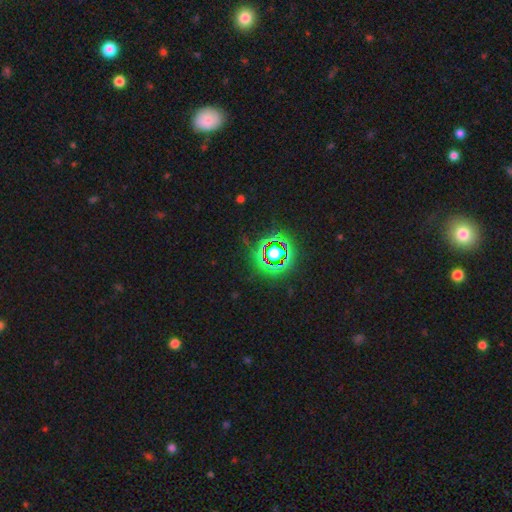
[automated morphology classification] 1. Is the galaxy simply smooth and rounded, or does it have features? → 73% star or artifact, 19% smooth, 8% featured or disk.